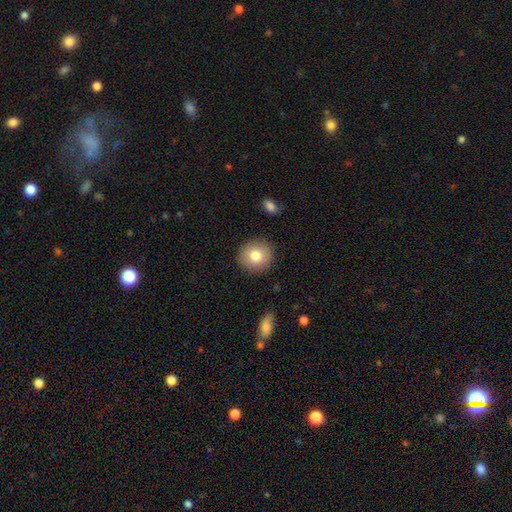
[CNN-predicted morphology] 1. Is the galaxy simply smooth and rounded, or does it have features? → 80% smooth, 12% featured or disk, 8% star or artifact.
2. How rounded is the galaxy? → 91% round, 8% in between, 1% cigar-shaped.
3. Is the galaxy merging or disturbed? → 90% none, 7% minor disturbance, 2% major disturbance, 1% merger.